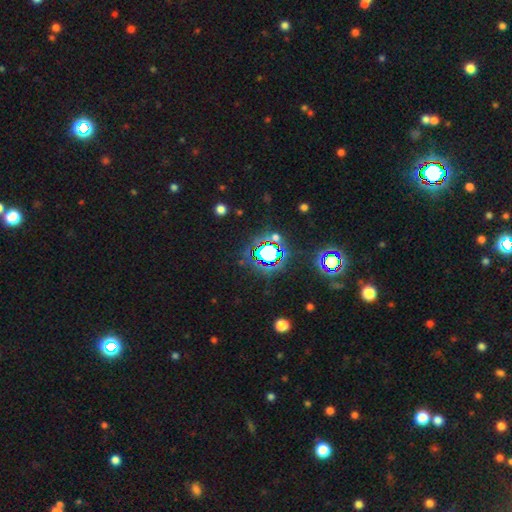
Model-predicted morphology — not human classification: The model was most divided on "smooth or featured": star or artifact: 81%, smooth: 11%, featured or disk: 8%.